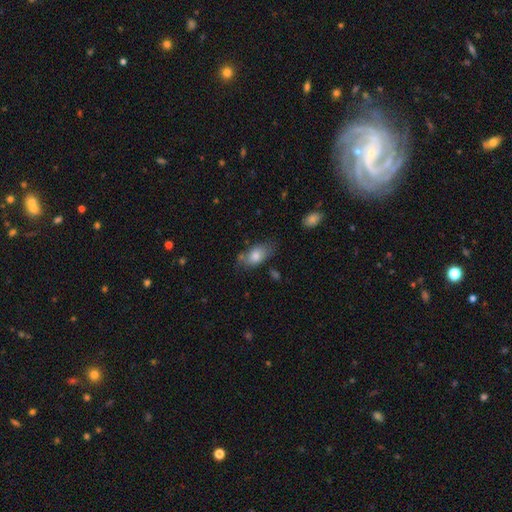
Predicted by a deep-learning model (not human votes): The model was most divided on "merging": none: 62%, minor disturbance: 24%, merger: 7%, major disturbance: 7%. More confident: how rounded — in between (89%); smooth or featured — smooth (79%).